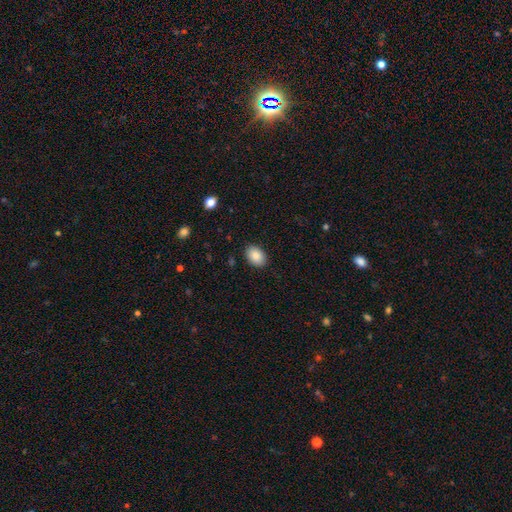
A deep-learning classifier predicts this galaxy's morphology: Smooth or featured? Predicted: smooth (p=0.88). How rounded? Predicted: in between (p=0.81). Merging? Predicted: none (p=0.89).